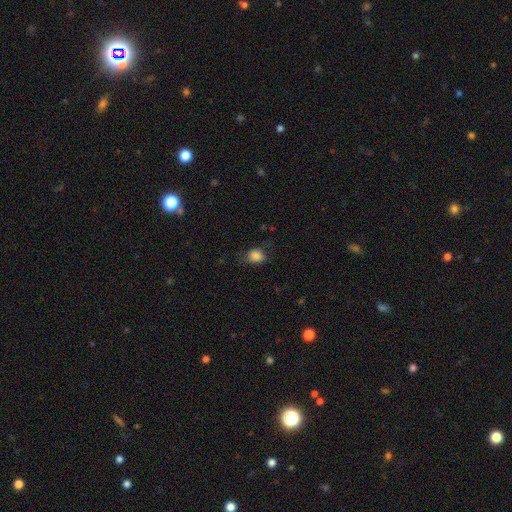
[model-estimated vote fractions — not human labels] Smooth or featured? Predicted: smooth (p=0.81). How rounded? Predicted: in between (p=0.61). Merging? Predicted: none (p=0.61).